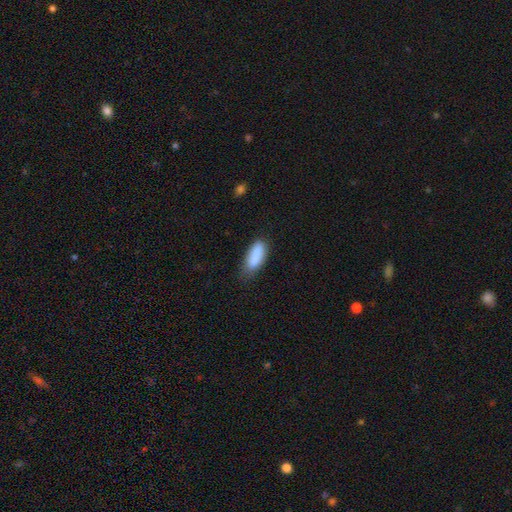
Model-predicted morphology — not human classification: Smooth or featured? smooth (88%)
How rounded? in between (77%)
Merging? none (63%)